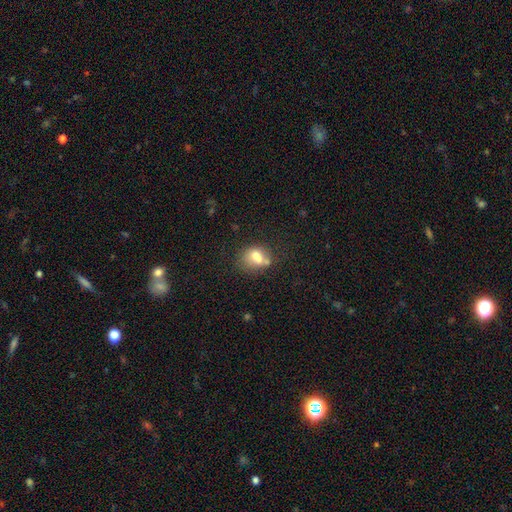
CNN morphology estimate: Overall: smooth (66%). How rounded: round (54%; in between 44%). Merging: merger (41%; none 37%).